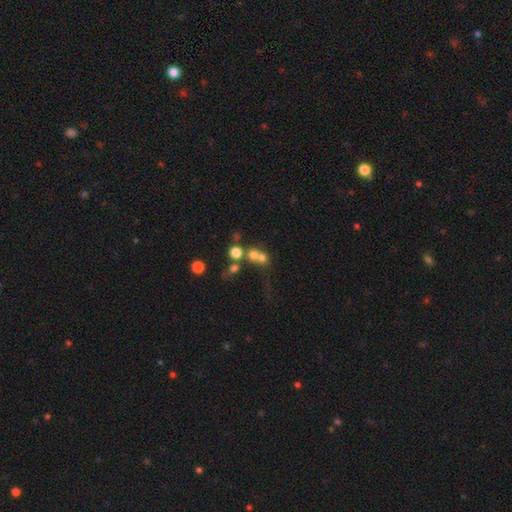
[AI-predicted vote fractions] smooth 63%, star or artifact 19%, featured or disk 18%. Down the decision tree: how rounded — round (84%); merging — merger (50%).